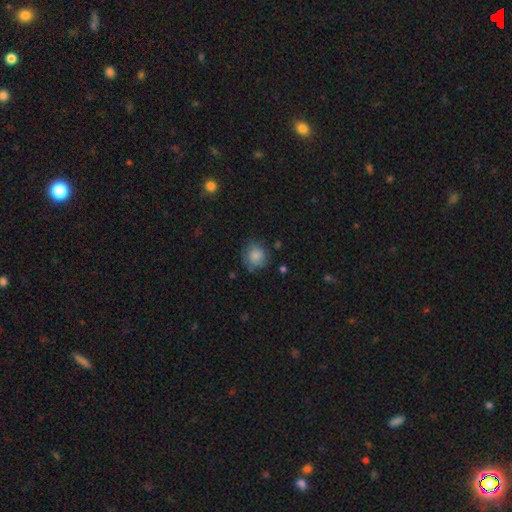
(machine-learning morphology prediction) A smooth galaxy with no disk features (78%) that is round (83%).

Vote fractions:
- Smooth or featured? smooth: 78% / featured or disk: 13% / star or artifact: 9%
- How rounded? round: 83% / in between: 16% / cigar-shaped: 1%
- Merging? none: 67% / minor disturbance: 23% / major disturbance: 8% / merger: 2%